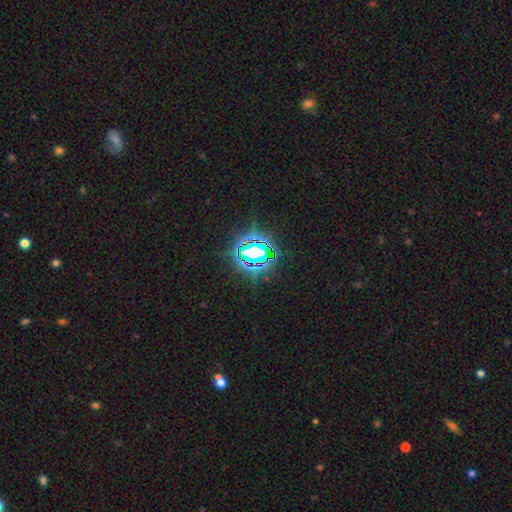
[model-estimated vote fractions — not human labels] Morphology: type=star or artifact (78%).